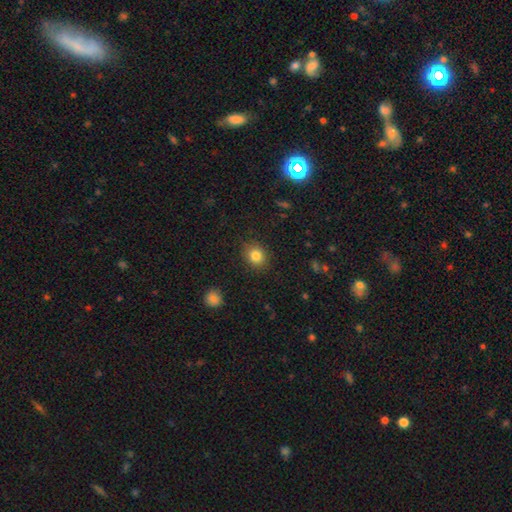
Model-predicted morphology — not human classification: A smooth galaxy with no disk features (83%) that is round (66%).

Vote fractions:
- Smooth or featured? smooth: 83% / star or artifact: 11% / featured or disk: 6%
- How rounded? round: 66% / in between: 33% / cigar-shaped: 1%
- Merging? none: 87% / minor disturbance: 9% / major disturbance: 3% / merger: 1%